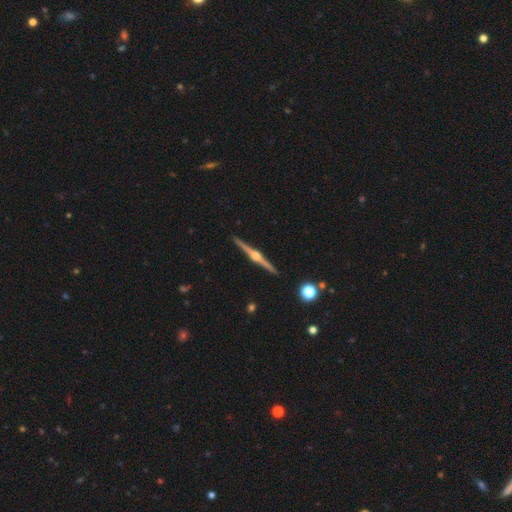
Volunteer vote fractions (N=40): This appears to be a featured or disk galaxy (82%) viewed edge-on (100%) with a rounded central bulge (91%). Merging: none (95%).